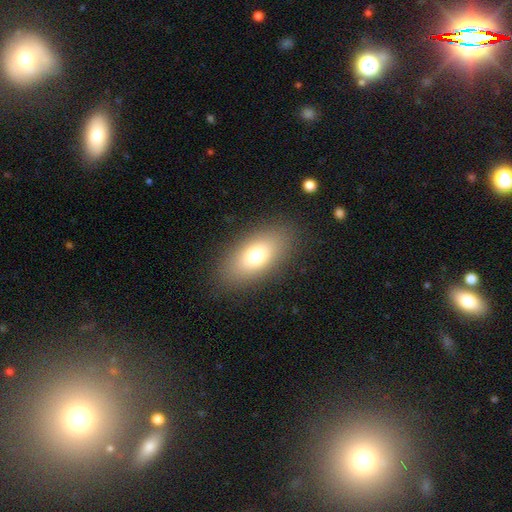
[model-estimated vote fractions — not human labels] Smooth or featured? smooth (75%)
How rounded? in between (90%)
Merging? none (87%)